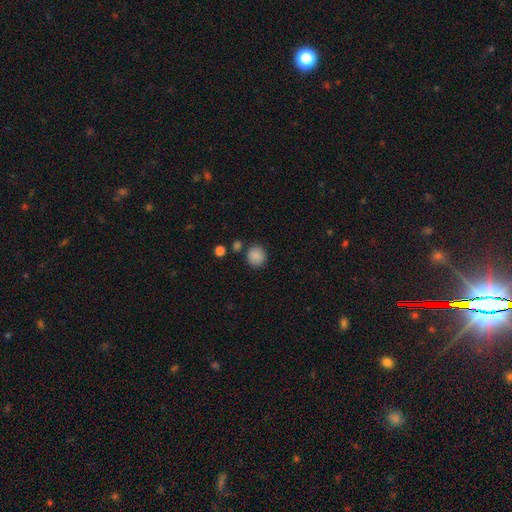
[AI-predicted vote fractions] This appears to be a smooth galaxy with no disk features (87%) that is round (90%). Merging: none (82%).